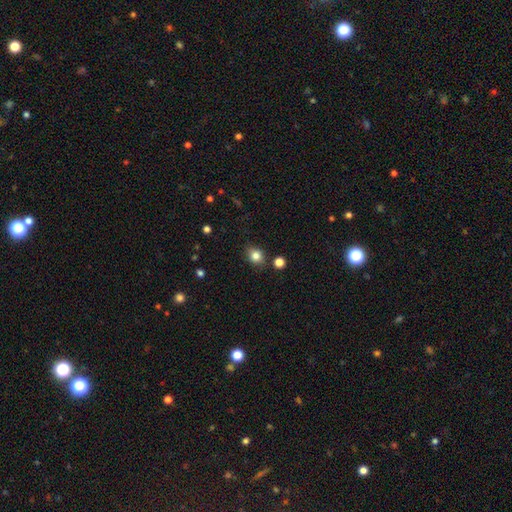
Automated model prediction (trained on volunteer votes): smooth 82%, star or artifact 11%, featured or disk 7%. Down the decision tree: how rounded — round (63%); merging — none (81%).